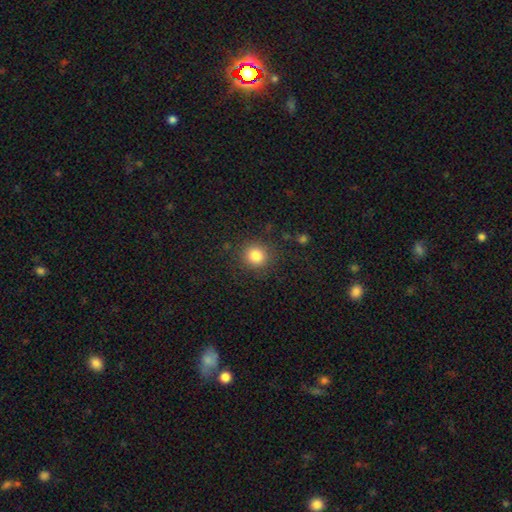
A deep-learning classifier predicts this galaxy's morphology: A smooth galaxy with no disk features (83%) that is round (90%).

Vote fractions:
- Smooth or featured? smooth: 83% / star or artifact: 12% / featured or disk: 6%
- How rounded? round: 90% / in between: 9% / cigar-shaped: 1%
- Merging? none: 88% / minor disturbance: 8% / major disturbance: 3% / merger: 1%